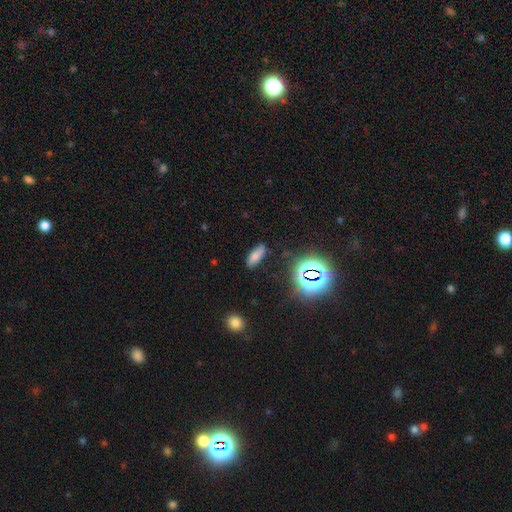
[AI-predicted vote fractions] A smooth galaxy with no disk features (63%) that is in between round and cigar-shaped (63%). Merging: none (76%).